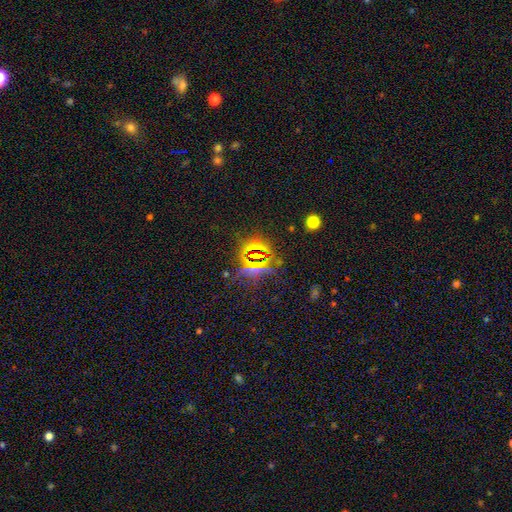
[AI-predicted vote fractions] This appears to be a star or artifact, not a galaxy (76%).